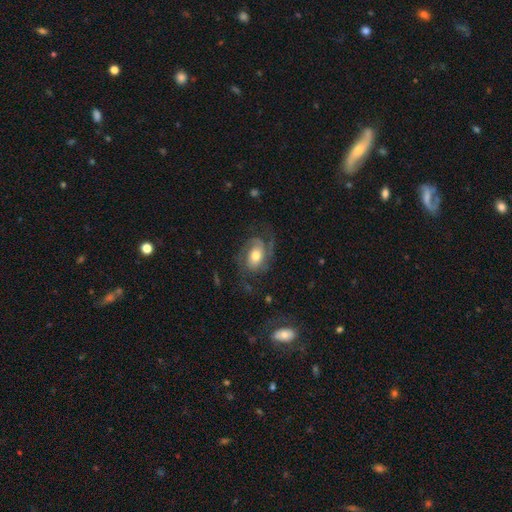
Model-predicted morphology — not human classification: Smooth or featured? Predicted: featured or disk (p=0.77). Edge-on disk? Predicted: no (p=0.97). Bar? Predicted: no (p=0.64). Spiral arms? Predicted: yes (p=0.94). Spiral winding? Predicted: medium (p=0.45). Spiral arm count? Predicted: 2 (p=0.60). Bulge size? Predicted: moderate (p=0.64). Merging? Predicted: none (p=0.62).